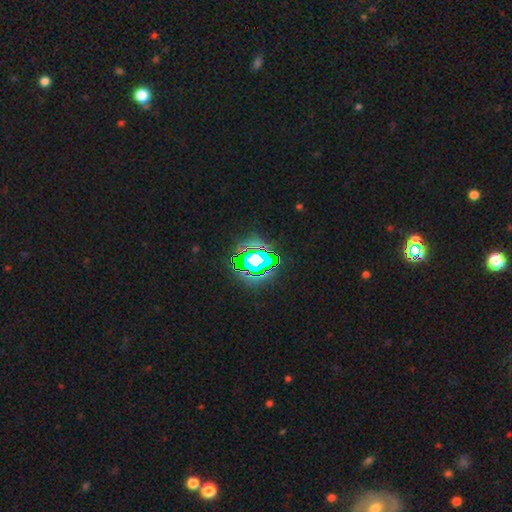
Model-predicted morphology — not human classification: smooth-or-featured: star or artifact: 75% | smooth: 13% | featured or disk: 12%